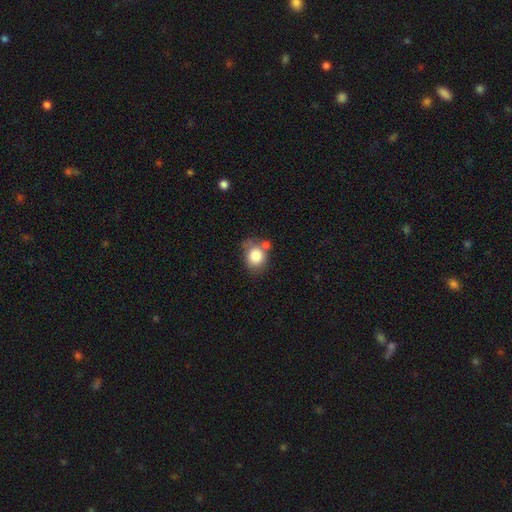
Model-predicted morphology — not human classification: Q: Smooth or featured?
A: smooth (81%); runner-up: featured or disk (10%)
Q: How rounded?
A: round (65%); runner-up: in between (34%)
Q: Merging?
A: none (52%); runner-up: minor disturbance (21%)